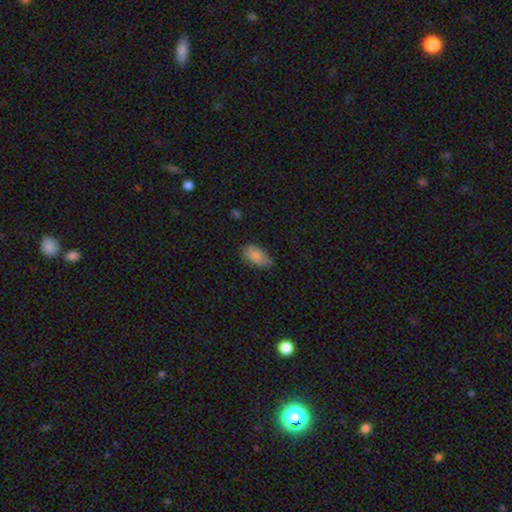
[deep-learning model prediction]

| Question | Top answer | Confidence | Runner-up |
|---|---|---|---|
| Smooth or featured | smooth | 85% | featured or disk (8%) |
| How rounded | in between | 93% | round (4%) |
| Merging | none | 68% | minor disturbance (26%) |